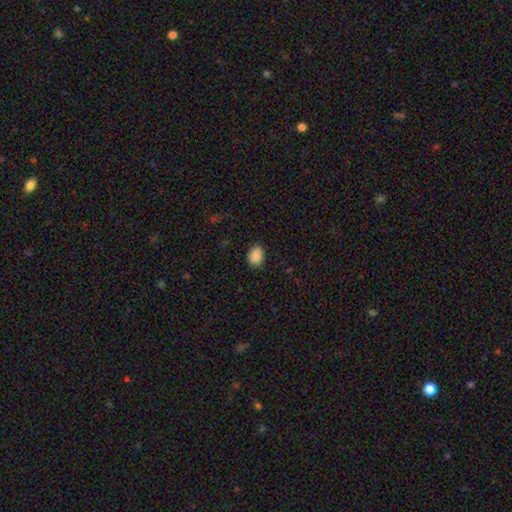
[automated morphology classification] Smooth or featured? Predicted: smooth (p=0.88). How rounded? Predicted: in between (p=0.69). Merging? Predicted: none (p=0.82).